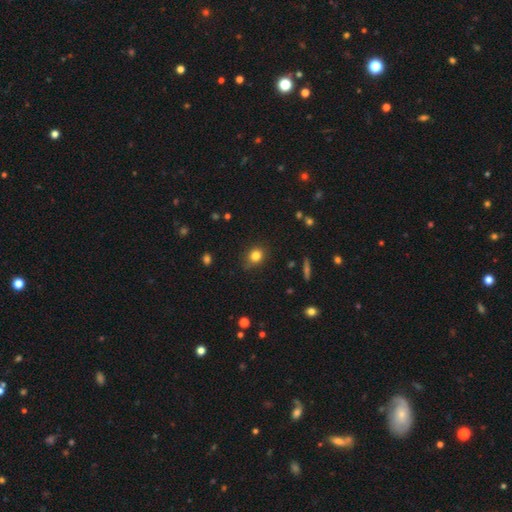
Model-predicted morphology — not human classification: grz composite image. It shows a smooth galaxy with no disk features (81%) that is round (74%). Merging: none (78%).